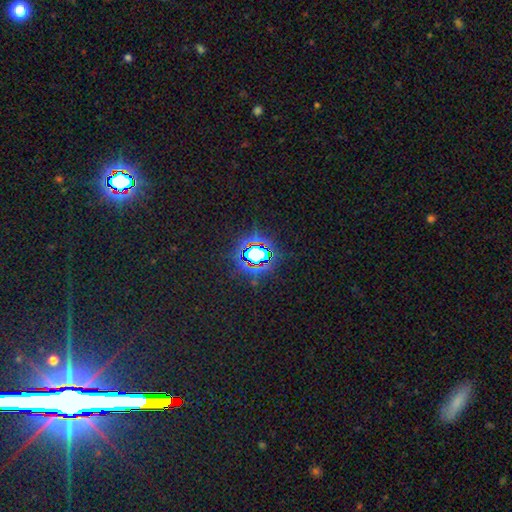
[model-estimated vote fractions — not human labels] This is likely a star or artifact rather than a galaxy (73%).